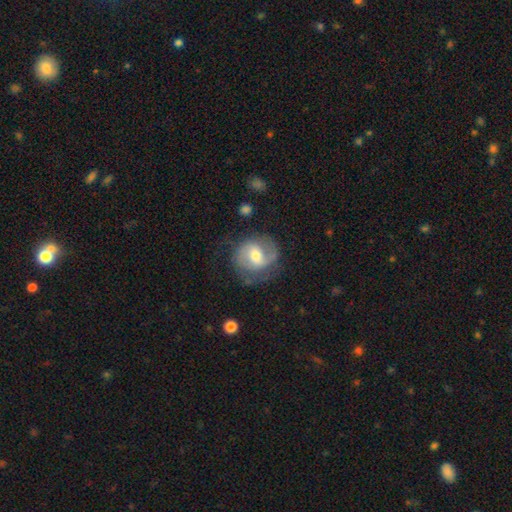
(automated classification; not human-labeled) featured or disk 70%, smooth 23%, star or artifact 7%. Down the decision tree: edge-on disk — no (97%); bar — weak (51%); spiral arms — yes (89%); spiral arm count — 2 (76%); spiral winding — medium (48%); bulge size — moderate (65%); merging — none (66%).